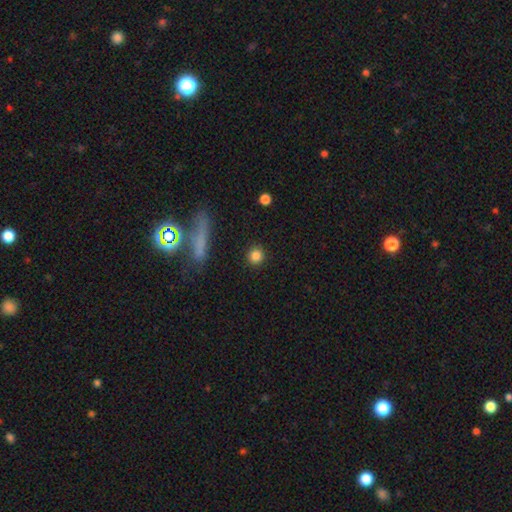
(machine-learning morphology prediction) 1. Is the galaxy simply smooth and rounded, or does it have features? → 84% smooth, 10% star or artifact, 5% featured or disk.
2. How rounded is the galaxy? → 92% round, 6% in between, 2% cigar-shaped.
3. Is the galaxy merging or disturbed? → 90% none, 6% minor disturbance, 2% major disturbance, 2% merger.